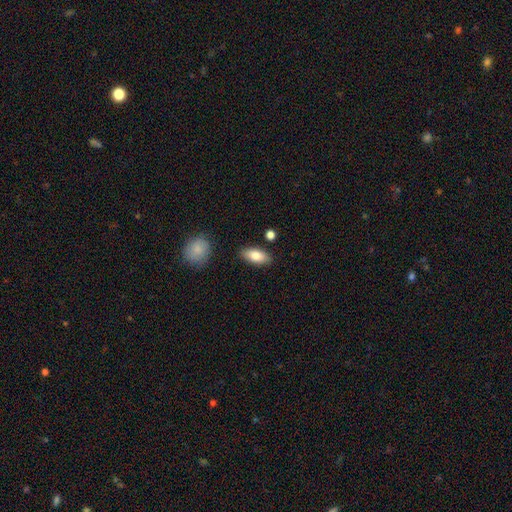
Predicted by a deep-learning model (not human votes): Smooth or featured?
  - smooth: 82% *
  - featured or disk: 12%
  - star or artifact: 6%
How rounded?
  - in between: 88% *
  - cigar-shaped: 9%
  - round: 3%
Merging?
  - none: 86% *
  - minor disturbance: 9%
  - merger: 3%
  - major disturbance: 2%